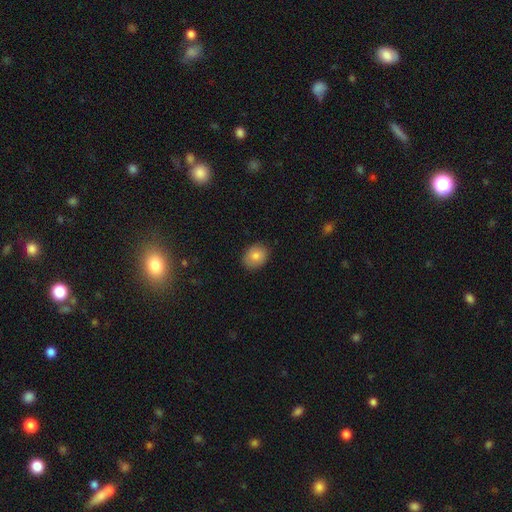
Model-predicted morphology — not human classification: Overall: smooth (82%). How rounded: in between (50%; round 49%). Merging: none (86%).